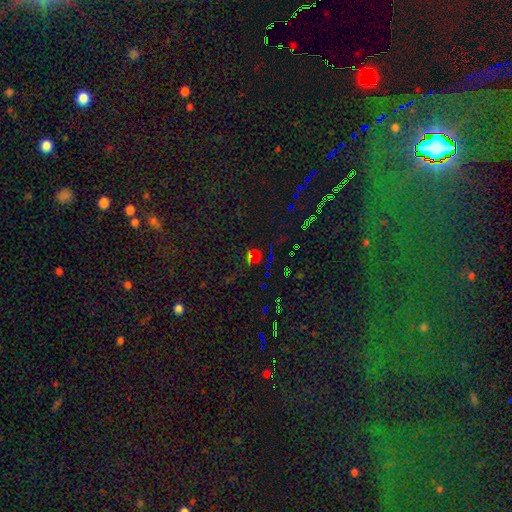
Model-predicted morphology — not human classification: star or artifact 64%, smooth 27%, featured or disk 9%.